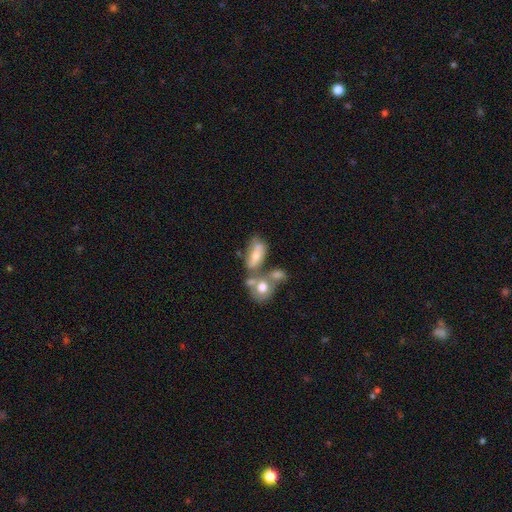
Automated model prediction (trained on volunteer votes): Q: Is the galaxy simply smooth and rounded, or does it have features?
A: smooth — 53%.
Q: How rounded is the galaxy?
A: in between — 80%.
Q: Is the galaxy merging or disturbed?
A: merger — 49%.